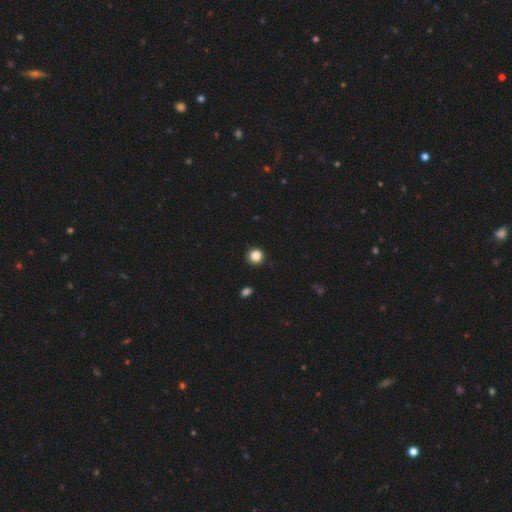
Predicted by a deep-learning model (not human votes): Smooth or featured? smooth (85%)
How rounded? round (94%)
Merging? none (92%)